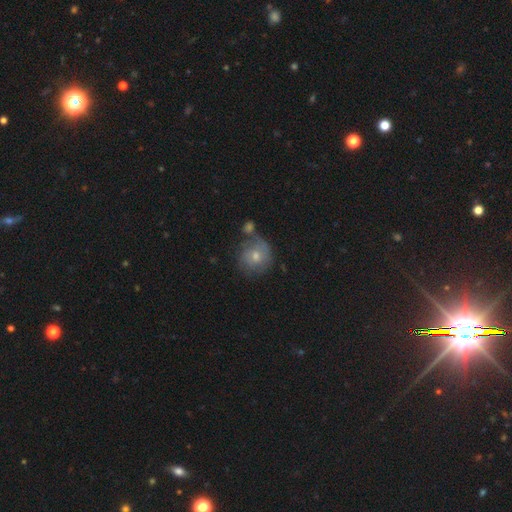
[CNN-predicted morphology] smooth-or-featured: smooth: 46% | featured or disk: 40% | star or artifact: 13%
  merging: none: 58% | minor disturbance: 17% | merger: 17% | major disturbance: 7%